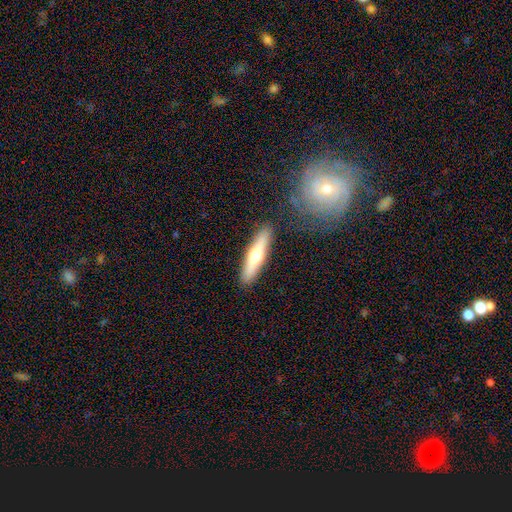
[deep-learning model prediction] A smooth galaxy with no disk features (52%) that is cigar-shaped (80%). Merging: none (89%).